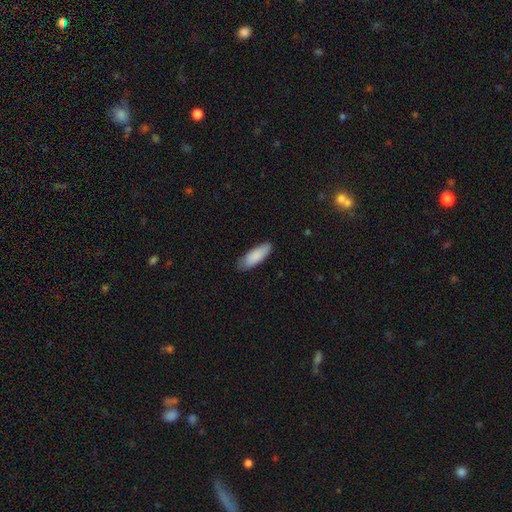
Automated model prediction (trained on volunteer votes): Smooth or featured? Predicted: smooth (p=0.87). How rounded? Predicted: in between (p=0.65). Merging? Predicted: none (p=0.78).